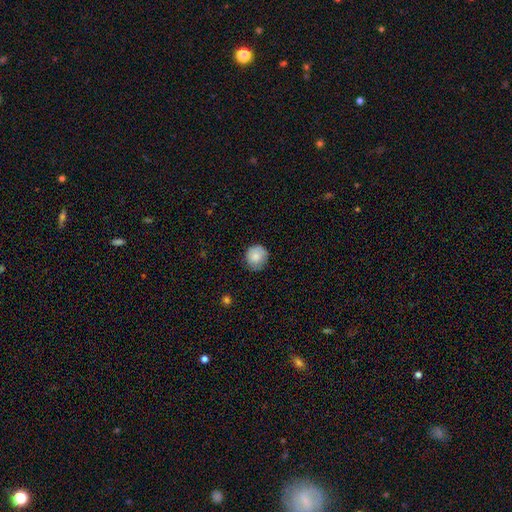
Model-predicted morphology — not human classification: A smooth galaxy with no disk features (84%) that is round (90%).

Vote fractions:
- Smooth or featured? smooth: 84% / featured or disk: 9% / star or artifact: 8%
- How rounded? round: 90% / in between: 9% / cigar-shaped: 1%
- Merging? none: 79% / minor disturbance: 17% / major disturbance: 3% / merger: 1%